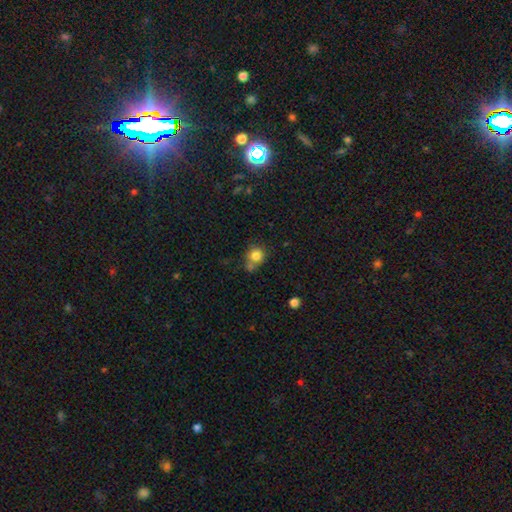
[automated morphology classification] Overall: smooth (82%). How rounded: round (84%). Merging: none (55%; merger 23%).